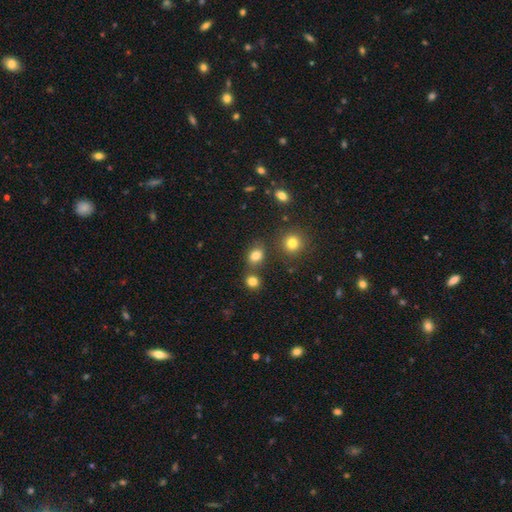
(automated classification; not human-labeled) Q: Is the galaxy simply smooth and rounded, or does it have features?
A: smooth — 79%.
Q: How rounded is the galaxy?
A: in between — 62%.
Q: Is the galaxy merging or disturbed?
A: none — 68%.